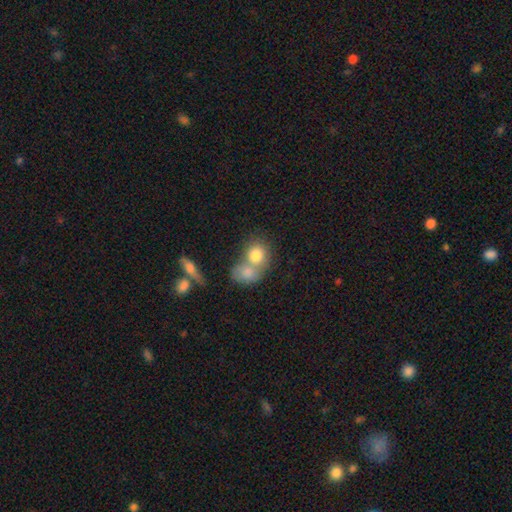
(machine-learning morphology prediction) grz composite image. It shows a smooth galaxy with no disk features (78%) that is round (65%). Merging: merger (60%).